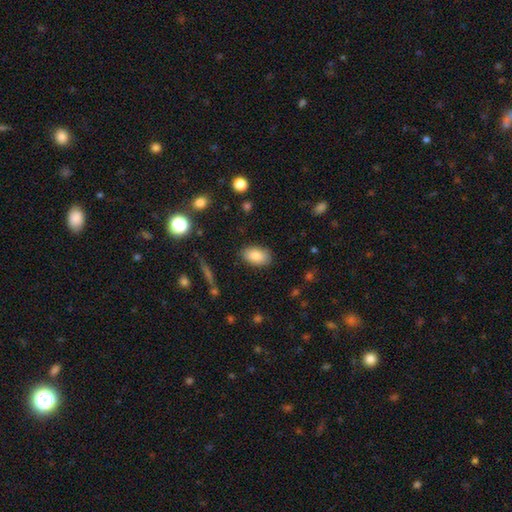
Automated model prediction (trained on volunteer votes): Q: Smooth or featured?
A: smooth (83%); runner-up: featured or disk (9%)
Q: How rounded?
A: in between (92%); runner-up: round (7%)
Q: Merging?
A: none (85%); runner-up: minor disturbance (11%)